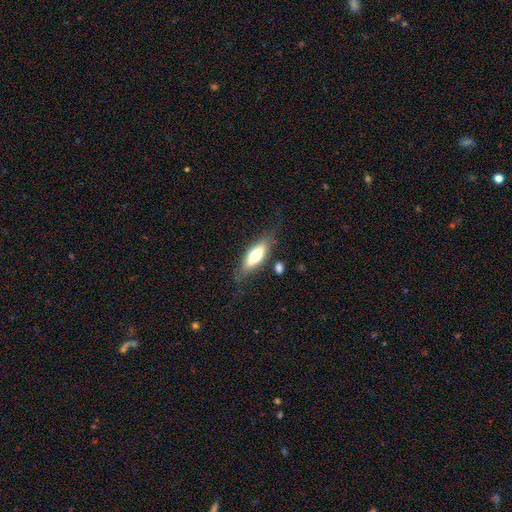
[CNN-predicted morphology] This is likely a smooth galaxy (62%). How rounded: possibly in between (58%). Merging: likely none (74%).